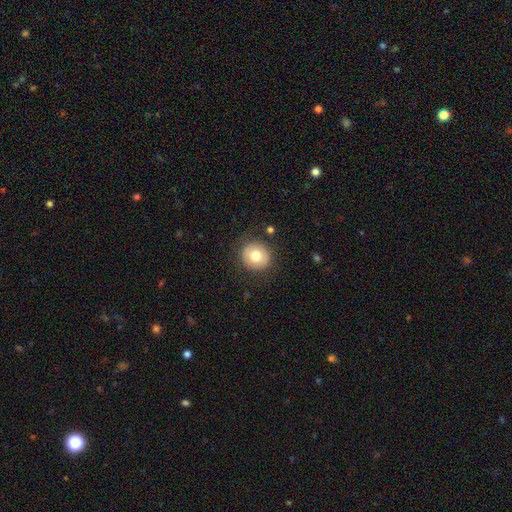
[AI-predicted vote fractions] Smooth or featured?
  - smooth: 75% *
  - featured or disk: 16%
  - star or artifact: 9%
How rounded?
  - round: 87% *
  - in between: 12%
  - cigar-shaped: 1%
Merging?
  - none: 86% *
  - minor disturbance: 9%
  - major disturbance: 3%
  - merger: 1%